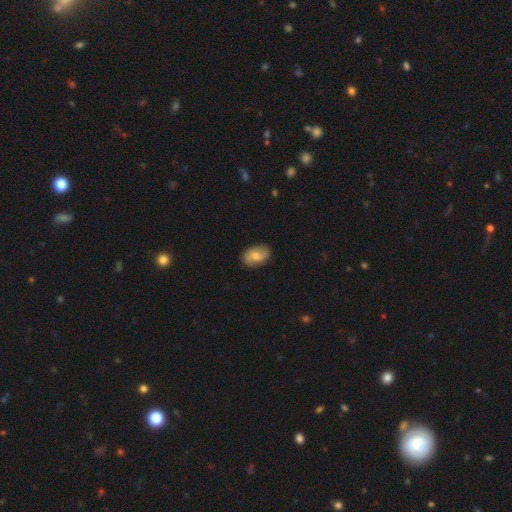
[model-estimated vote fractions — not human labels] A smooth galaxy with no disk features (50%).

Vote fractions:
- Smooth or featured? smooth: 50% / featured or disk: 43% / star or artifact: 7%
- Merging? none: 80% / minor disturbance: 15% / major disturbance: 4% / merger: 1%